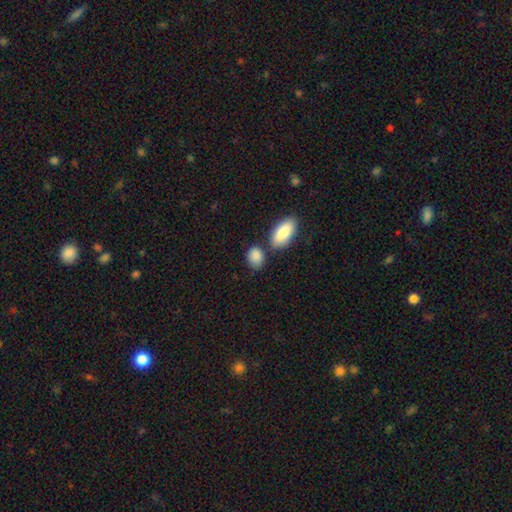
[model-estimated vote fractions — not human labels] Smooth or featured: smooth — 88% (star or artifact — 7%)
How rounded: in between — 75% (round — 23%)
Merging: none — 61% (merger — 19%)